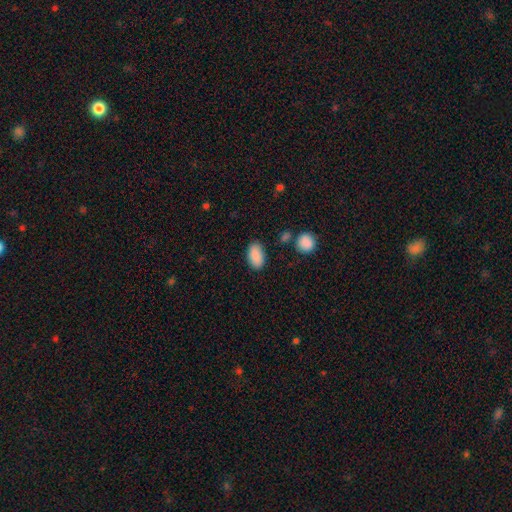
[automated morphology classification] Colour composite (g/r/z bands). It shows a smooth galaxy with no disk features (90%) that is in between round and cigar-shaped (93%). Merging: none (85%).